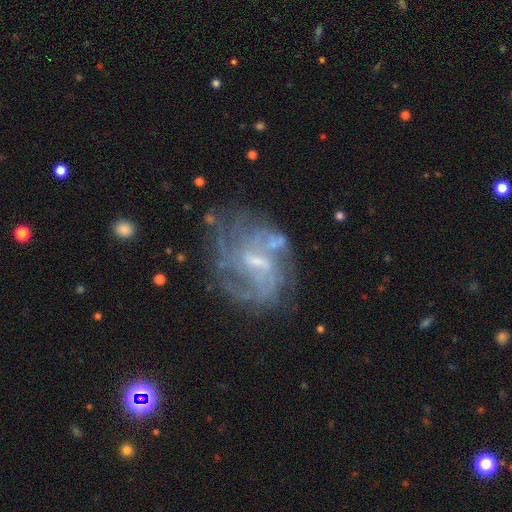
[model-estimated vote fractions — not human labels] A featured or disk galaxy (75%) with a weak bar (53%), medium (39%) spiral arms (76%) and a small central bulge (49%).

Vote fractions:
- Smooth or featured? featured or disk: 75% / smooth: 13% / star or artifact: 12%
- Edge-on disk? no: 97% / yes: 3%
- Bar? weak: 53% / no: 32% / strong: 16%
- Spiral arms? yes: 76% / no: 24%
- Spiral winding? medium: 39% / tight: 37% / loose: 25%
- Spiral arm count? can't tell: 48% / 2: 20% / 3: 13% / 4: 8% / 1: 6% / more than 4: 5%
- Bulge size? small: 49% / moderate: 28% / none: 20% / large: 2% / dominant: 1%
- Merging? none: 54% / minor disturbance: 20% / major disturbance: 19% / merger: 7%